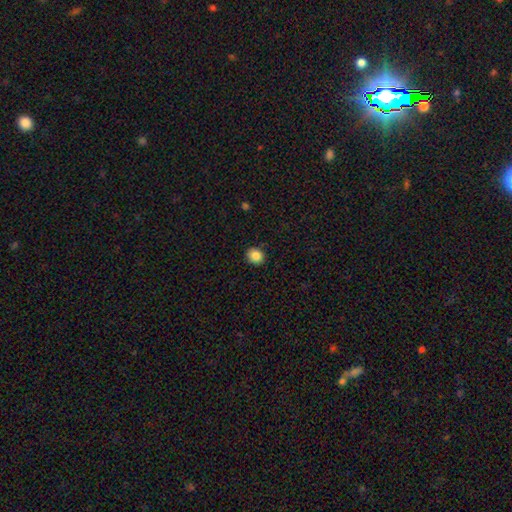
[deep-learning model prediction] This is clearly a smooth galaxy (85%). How rounded: clearly round (81%). Merging: clearly none (90%).